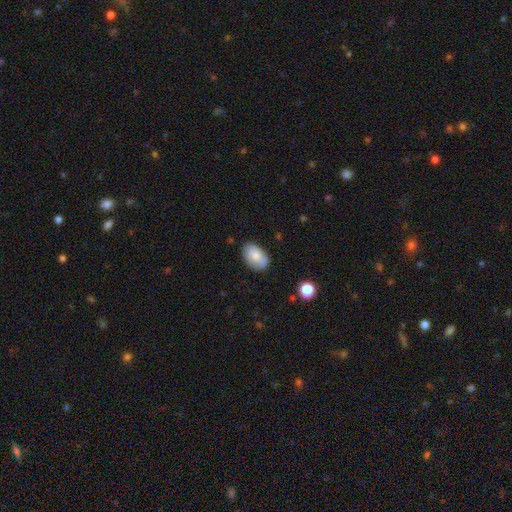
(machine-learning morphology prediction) Smooth or featured?
  - smooth: 77% *
  - featured or disk: 16%
  - star or artifact: 7%
How rounded?
  - in between: 91% *
  - round: 8%
  - cigar-shaped: 1%
Merging?
  - none: 76% *
  - minor disturbance: 19%
  - major disturbance: 4%
  - merger: 2%